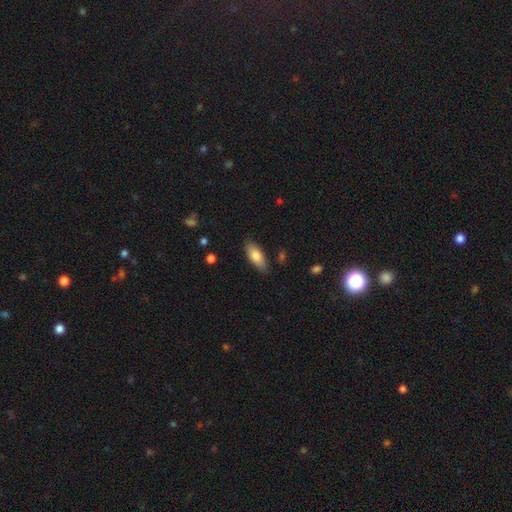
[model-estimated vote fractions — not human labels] smooth_or_featured: smooth (p=0.79) [alt: featured or disk p=0.15]
how_rounded: in between (p=0.78) [alt: cigar-shaped p=0.20]
merging: none (p=0.84) [alt: minor disturbance p=0.12]